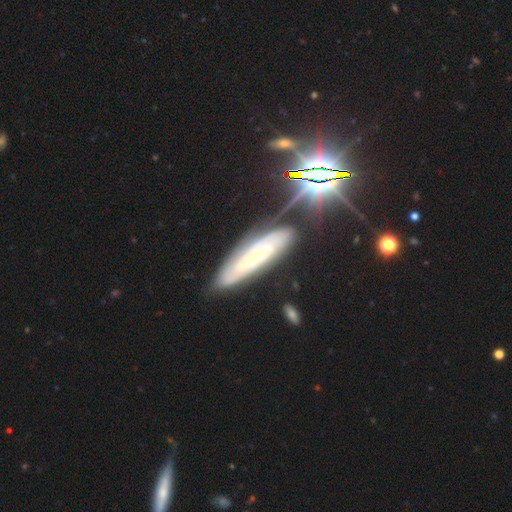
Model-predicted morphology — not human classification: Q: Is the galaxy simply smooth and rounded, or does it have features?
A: featured or disk — 70%.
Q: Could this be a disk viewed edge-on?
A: no — 73%.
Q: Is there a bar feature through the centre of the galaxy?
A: no — 71%.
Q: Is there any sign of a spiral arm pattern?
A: yes — 87%.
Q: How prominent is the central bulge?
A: small — 77%.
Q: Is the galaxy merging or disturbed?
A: none — 79%.